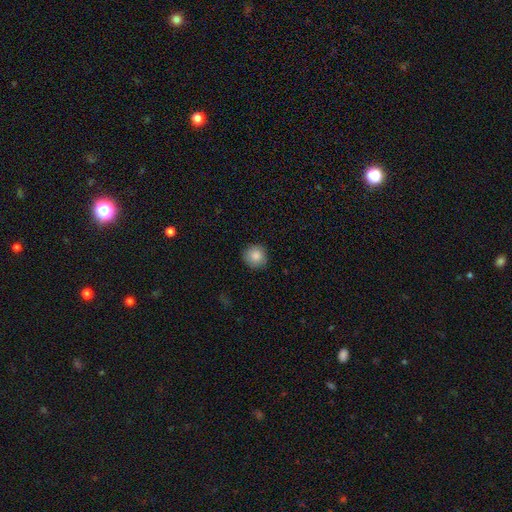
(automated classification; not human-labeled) smooth-or-featured: smooth: 84% | star or artifact: 8% | featured or disk: 8%
  how-rounded: round: 93% | in between: 6% | cigar-shaped: 1%
  merging: none: 87% | minor disturbance: 10% | major disturbance: 2% | merger: 1%